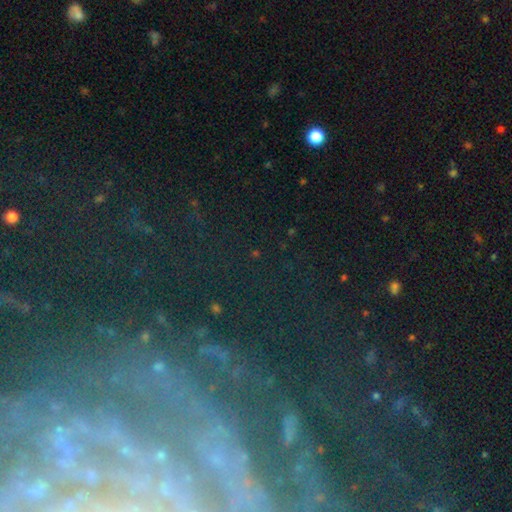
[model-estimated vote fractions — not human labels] A featured or disk galaxy (45%).

Vote fractions:
- Smooth or featured? featured or disk: 45% / star or artifact: 39% / smooth: 17%
- Merging? none: 70% / minor disturbance: 14% / major disturbance: 10% / merger: 6%